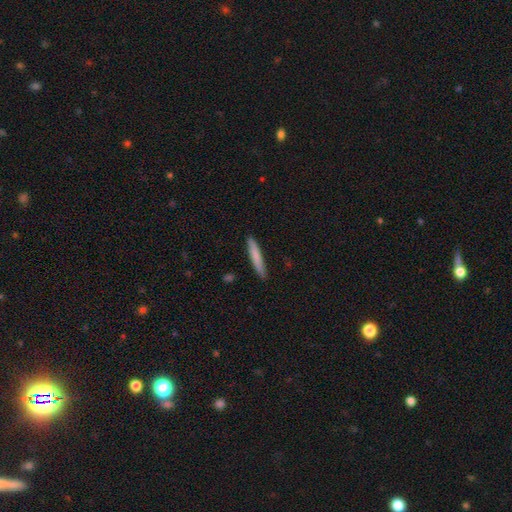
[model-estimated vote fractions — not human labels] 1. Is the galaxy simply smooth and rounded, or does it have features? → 78% smooth, 16% featured or disk, 5% star or artifact.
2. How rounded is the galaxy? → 94% cigar-shaped, 5% in between, 1% round.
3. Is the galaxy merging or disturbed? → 89% none, 8% minor disturbance, 1% major disturbance, 1% merger.